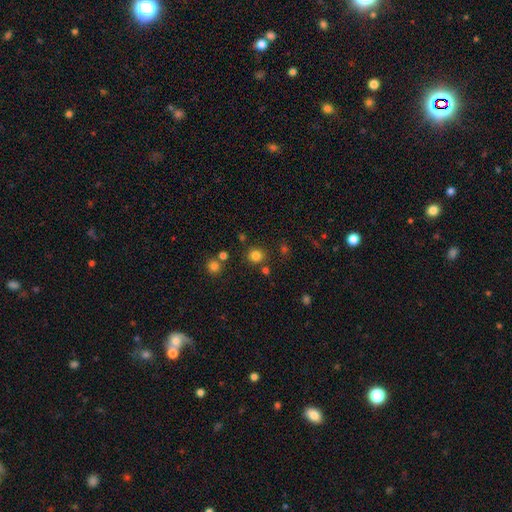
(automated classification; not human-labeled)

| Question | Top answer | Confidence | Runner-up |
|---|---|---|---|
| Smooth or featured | smooth | 81% | star or artifact (14%) |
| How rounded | round | 91% | in between (8%) |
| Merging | none | 85% | minor disturbance (7%) |